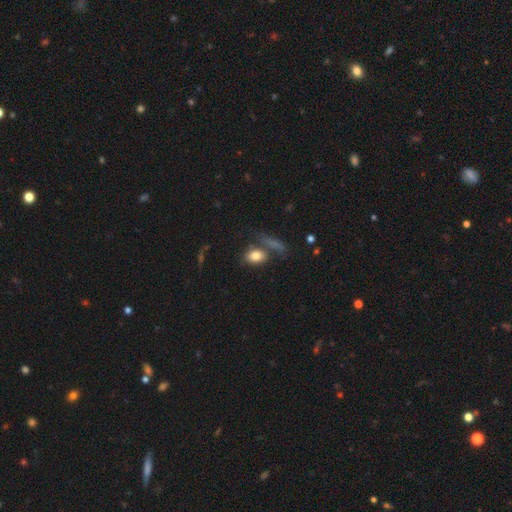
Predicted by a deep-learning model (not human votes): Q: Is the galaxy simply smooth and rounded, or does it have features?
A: smooth — 81%.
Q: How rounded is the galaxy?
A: in between — 73%.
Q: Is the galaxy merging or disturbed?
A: none — 58%.